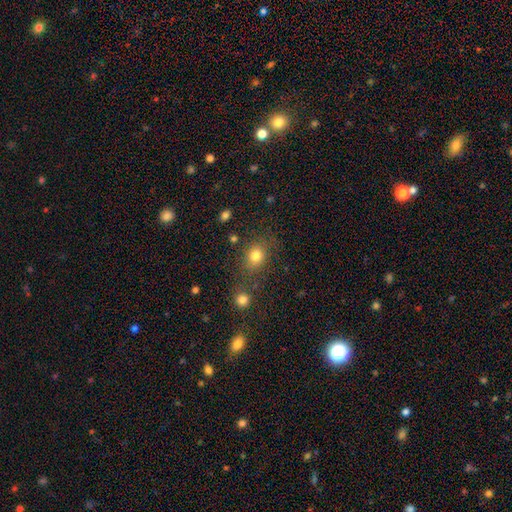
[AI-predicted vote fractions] Smooth or featured? Predicted: smooth (p=0.78). How rounded? Predicted: round (p=0.56). Merging? Predicted: none (p=0.71).